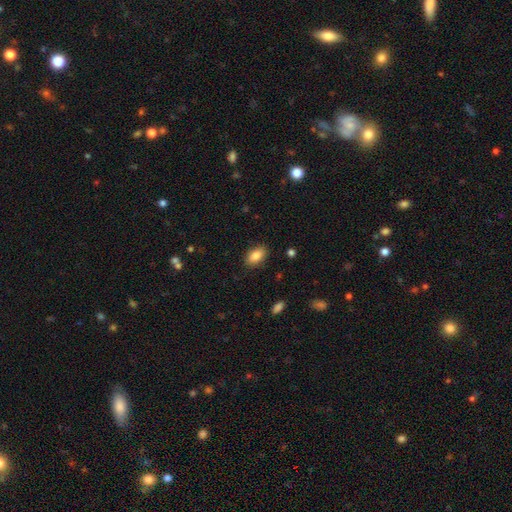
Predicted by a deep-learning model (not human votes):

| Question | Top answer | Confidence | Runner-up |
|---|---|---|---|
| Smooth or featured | smooth | 84% | star or artifact (8%) |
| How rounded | in between | 90% | round (8%) |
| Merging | none | 87% | minor disturbance (10%) |